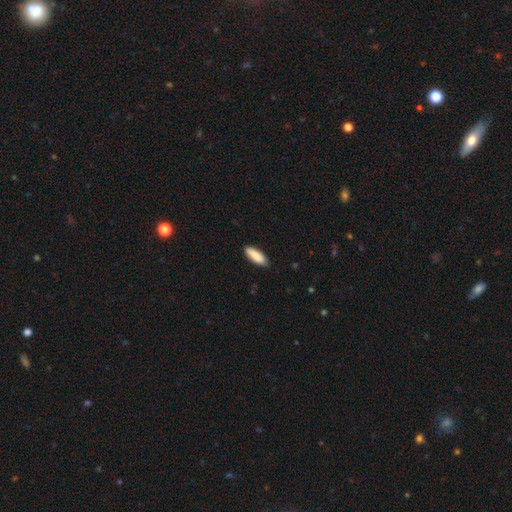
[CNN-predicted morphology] smooth_or_featured: smooth (p=0.87) [alt: featured or disk p=0.08]
how_rounded: in between (p=0.61) [alt: cigar-shaped p=0.38]
merging: none (p=0.86) [alt: minor disturbance p=0.11]